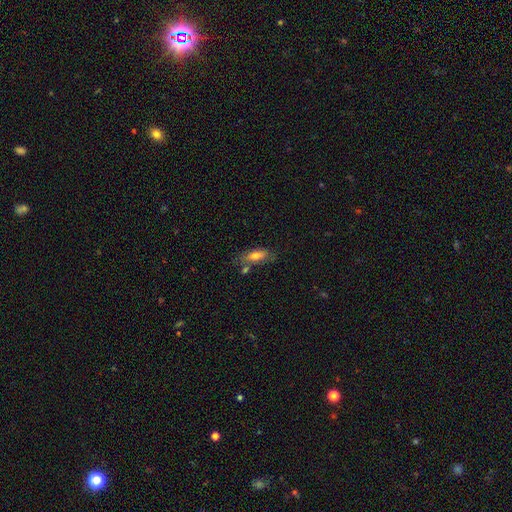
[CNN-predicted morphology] The model was most divided on "merging": none: 60%, minor disturbance: 20%, merger: 14%, major disturbance: 7%. More confident: how rounded — in between (76%); smooth or featured — smooth (71%).